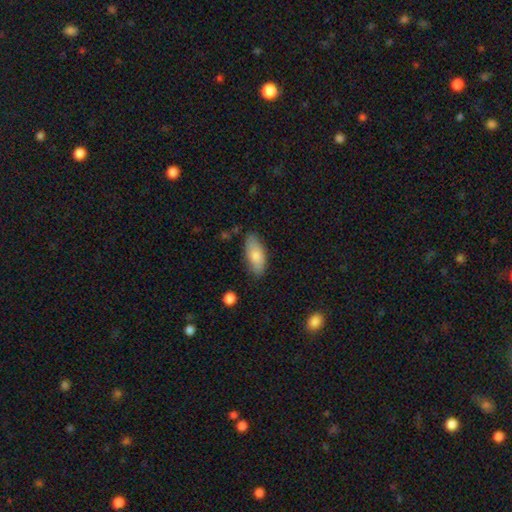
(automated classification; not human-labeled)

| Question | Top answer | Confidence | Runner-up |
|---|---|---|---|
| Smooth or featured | smooth | 80% | featured or disk (14%) |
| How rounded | in between | 85% | cigar-shaped (13%) |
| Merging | none | 77% | minor disturbance (18%) |